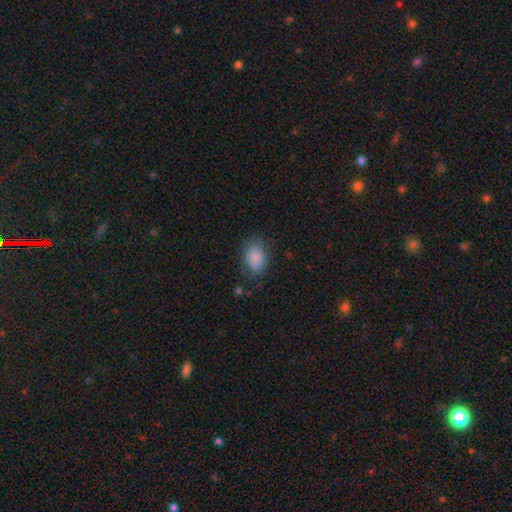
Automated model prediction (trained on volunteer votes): This appears to be a smooth galaxy with no disk features (85%) that is in between round and cigar-shaped (83%). Merging: none (77%).